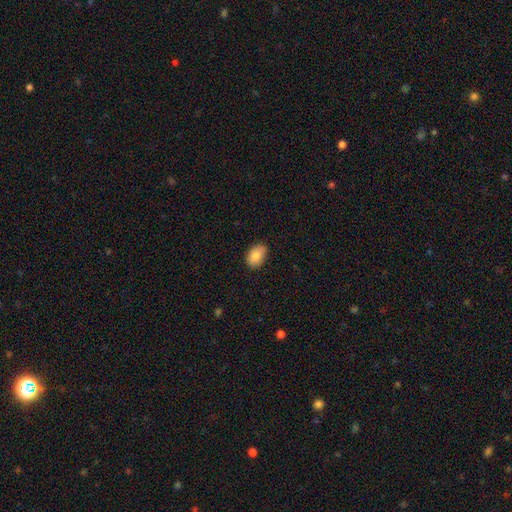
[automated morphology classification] smooth-or-featured: smooth: 86% | star or artifact: 7% | featured or disk: 7%
  how-rounded: in between: 87% | round: 12% | cigar-shaped: 1%
  merging: none: 77% | minor disturbance: 19% | major disturbance: 3% | merger: 1%